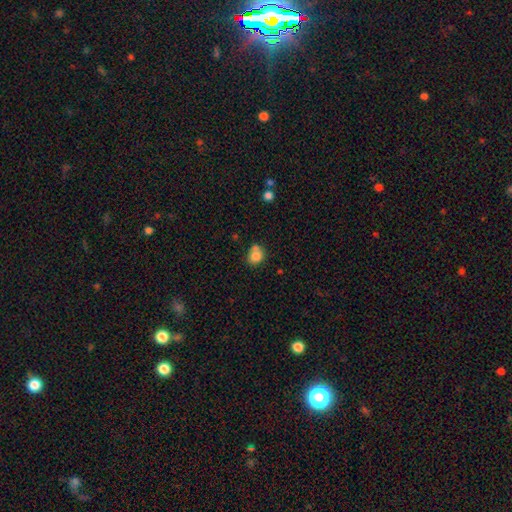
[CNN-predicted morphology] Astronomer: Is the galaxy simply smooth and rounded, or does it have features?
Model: smooth — 80%.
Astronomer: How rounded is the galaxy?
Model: round — 63%.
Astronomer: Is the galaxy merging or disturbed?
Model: none — 48% (runner-up: merger, 25%).